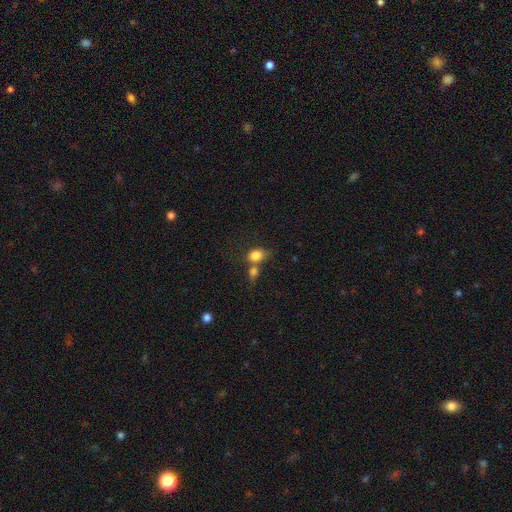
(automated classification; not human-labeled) This is clearly a smooth galaxy (82%). How rounded: possibly in between (58%). Merging: marginally merger (45%).